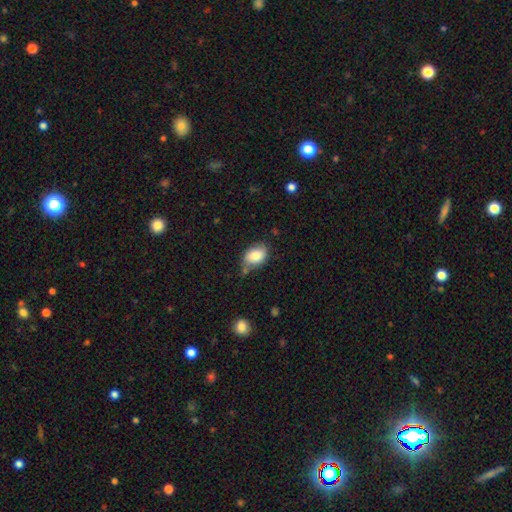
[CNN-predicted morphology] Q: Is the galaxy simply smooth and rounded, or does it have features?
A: smooth — 82%.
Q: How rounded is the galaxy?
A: in between — 84%.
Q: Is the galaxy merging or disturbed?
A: none — 63%.